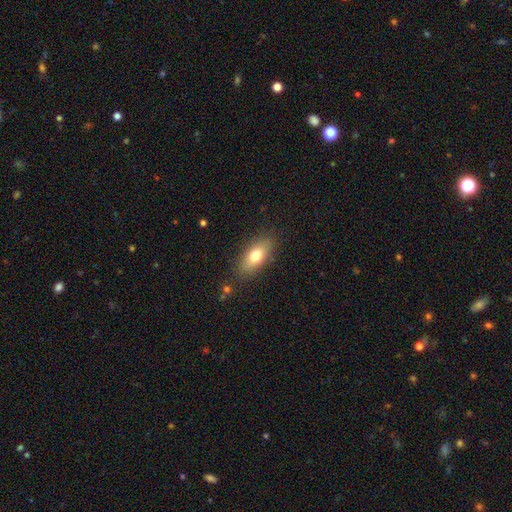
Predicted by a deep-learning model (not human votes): Morphology: type=smooth (72%); roundness=in between (79%); merging=none (84%).